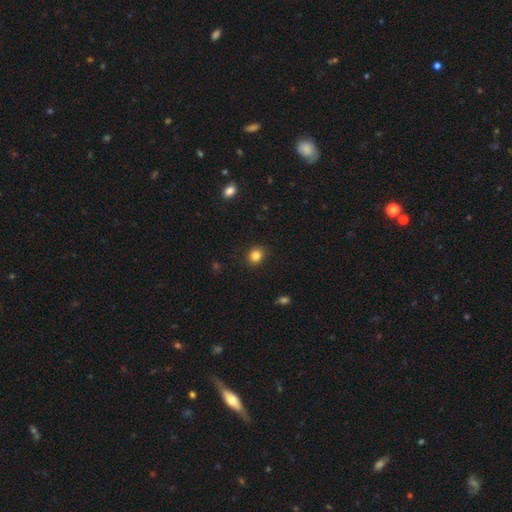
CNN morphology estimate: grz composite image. It shows a smooth galaxy with no disk features (84%) that is round (76%). Merging: none (91%).